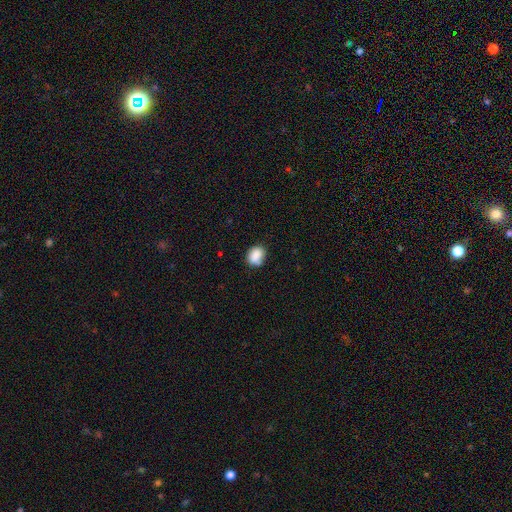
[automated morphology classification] Smooth or featured: smooth — 84% (star or artifact — 9%)
How rounded: in between — 52% (round — 47%)
Merging: none — 61% (minor disturbance — 24%)